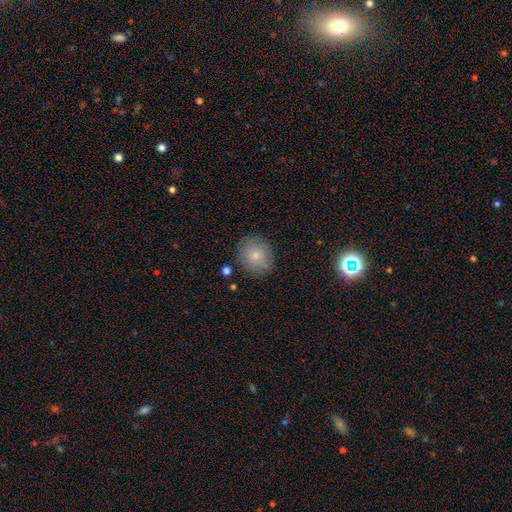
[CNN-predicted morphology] smooth_or_featured: smooth (p=0.79) [alt: featured or disk p=0.13]
how_rounded: round (p=0.83) [alt: in between p=0.16]
merging: none (p=0.83) [alt: minor disturbance p=0.11]